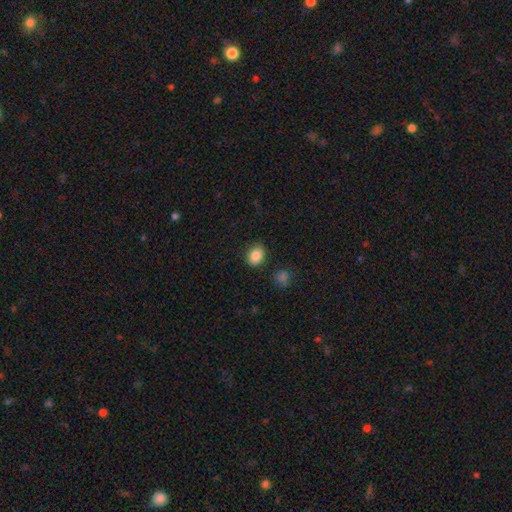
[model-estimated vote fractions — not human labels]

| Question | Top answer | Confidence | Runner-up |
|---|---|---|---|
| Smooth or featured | smooth | 86% | star or artifact (9%) |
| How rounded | in between | 59% | round (40%) |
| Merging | none | 85% | minor disturbance (10%) |